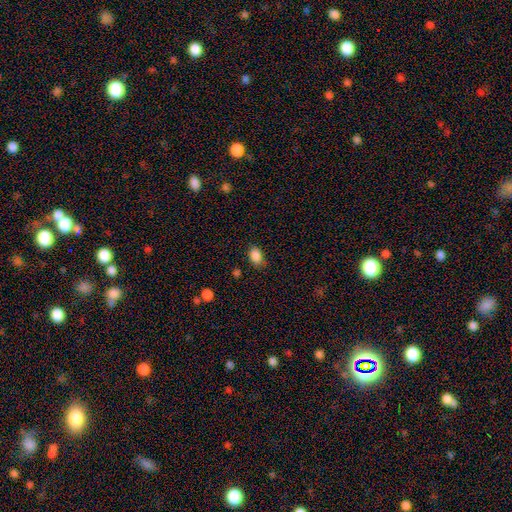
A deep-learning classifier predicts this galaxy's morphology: This appears to be a smooth galaxy with no disk features (87%) that is in between round and cigar-shaped (84%). Merging: none (78%).